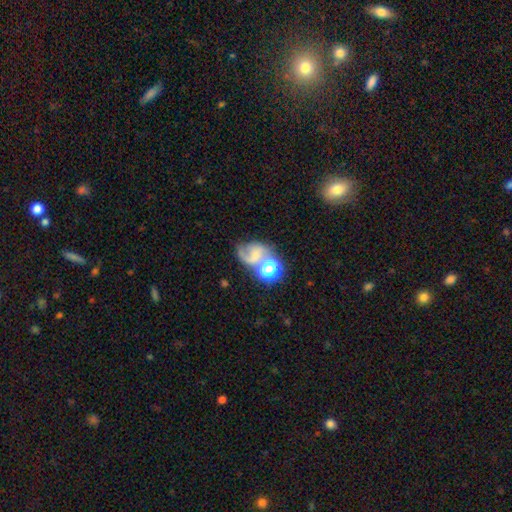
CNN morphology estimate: type=featured or disk (49%); merging=merger (38%).